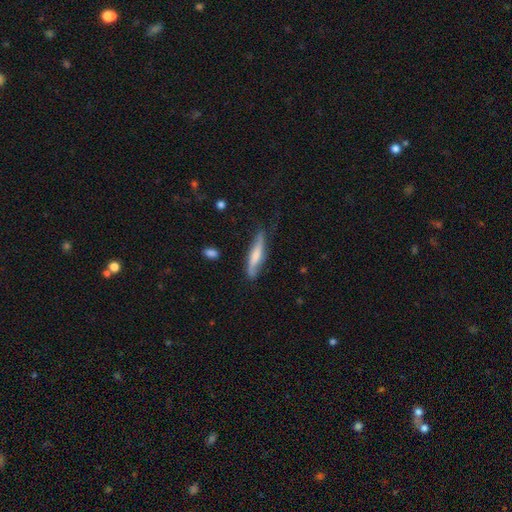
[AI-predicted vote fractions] Smooth or featured?
  - smooth: 57% *
  - featured or disk: 37%
  - star or artifact: 6%
How rounded?
  - cigar-shaped: 83% *
  - in between: 15%
  - round: 2%
Merging?
  - none: 64% *
  - minor disturbance: 27%
  - major disturbance: 6%
  - merger: 3%